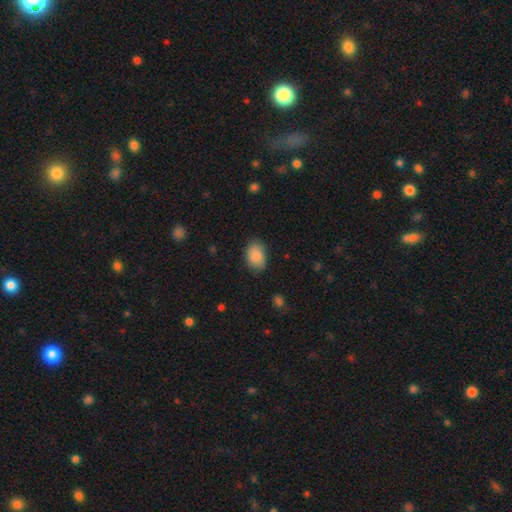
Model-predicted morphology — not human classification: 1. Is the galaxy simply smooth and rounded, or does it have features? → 88% smooth, 7% star or artifact, 6% featured or disk.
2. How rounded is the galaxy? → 83% in between, 16% round, 1% cigar-shaped.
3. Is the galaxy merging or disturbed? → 79% none, 17% minor disturbance, 4% major disturbance, 1% merger.